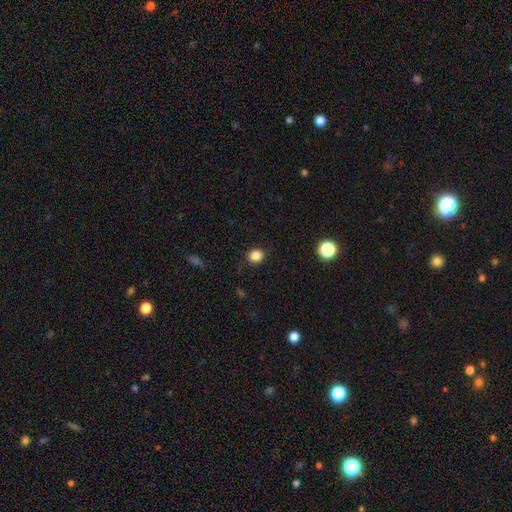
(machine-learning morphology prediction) The model was most divided on "how rounded": round: 85%, in between: 14%, cigar-shaped: 1%. More confident: merging — none (89%); smooth or featured — smooth (85%).